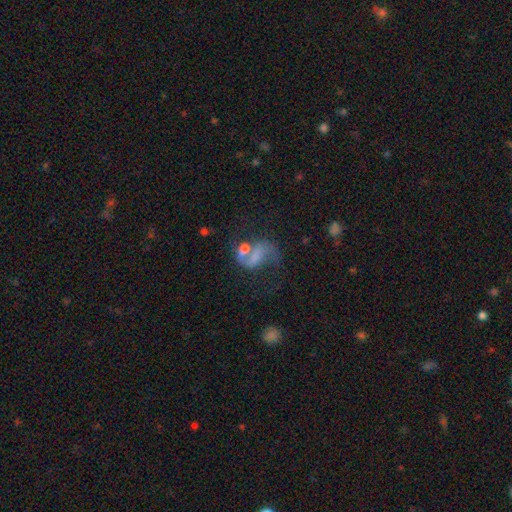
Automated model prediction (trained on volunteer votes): The model was most divided on "bulge size": none: 31%, small: 30%, moderate: 28%, large: 8%, dominant: 3%. Remaining: edge-on disk — no (96%); spiral arms — yes (70%); smooth or featured — featured or disk (52%); bar — no (42%); merging — none (32%).